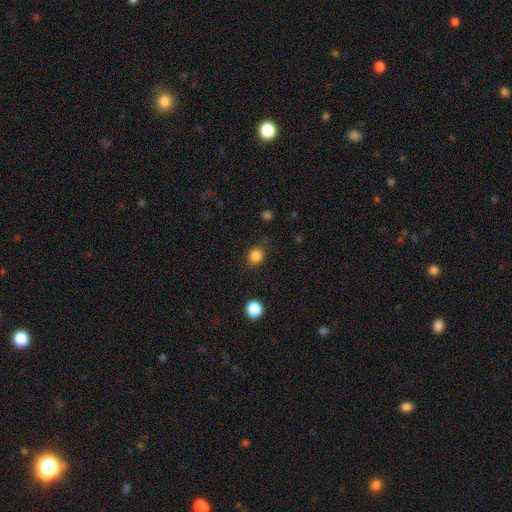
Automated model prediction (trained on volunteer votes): Morphology: type=smooth (84%); roundness=round (73%); merging=none (78%).